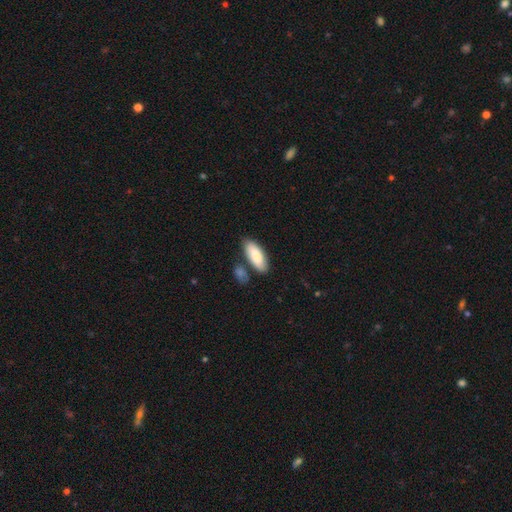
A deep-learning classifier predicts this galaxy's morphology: smooth-or-featured: smooth: 86% | featured or disk: 9% | star or artifact: 5%
  how-rounded: in between: 80% | cigar-shaped: 18% | round: 2%
  merging: none: 69% | minor disturbance: 14% | merger: 13% | major disturbance: 4%